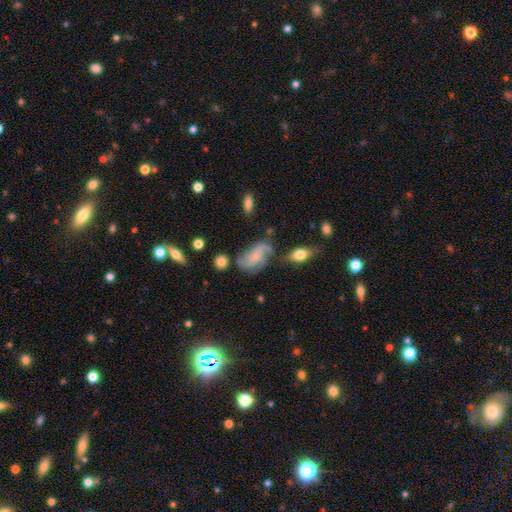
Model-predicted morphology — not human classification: This appears to be a featured or disk galaxy (66%) with no bar (68%), 2 (54%) loose (40%) spiral arms (90%) and a small central bulge (69%). Merging: none (54%).